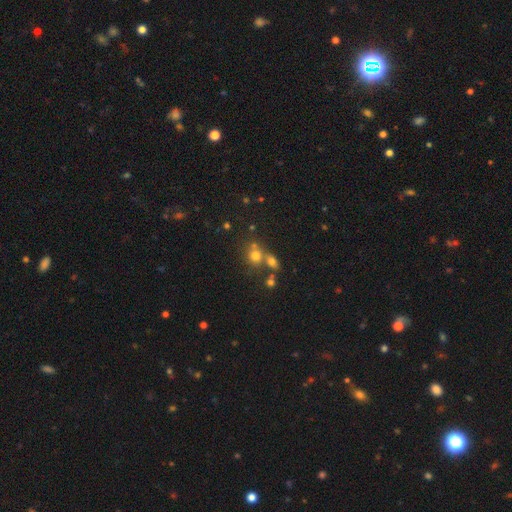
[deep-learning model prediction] smooth_or_featured: smooth (p=0.70) [alt: star or artifact p=0.18]
how_rounded: round (p=0.76) [alt: in between p=0.23]
merging: none (p=0.46) [alt: merger p=0.39]